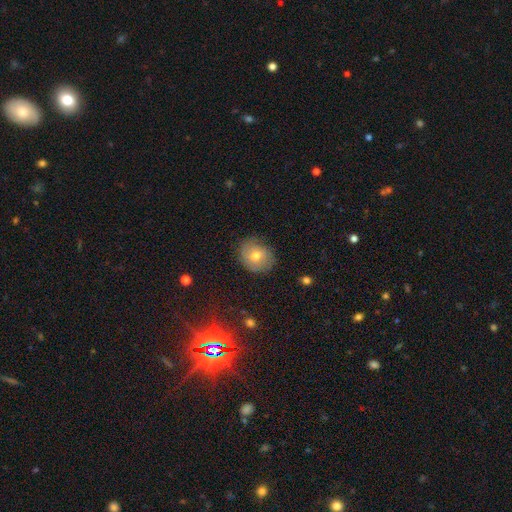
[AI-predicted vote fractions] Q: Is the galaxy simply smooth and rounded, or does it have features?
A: smooth — 57%.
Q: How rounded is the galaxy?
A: round — 65%.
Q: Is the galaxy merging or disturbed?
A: none — 75%.